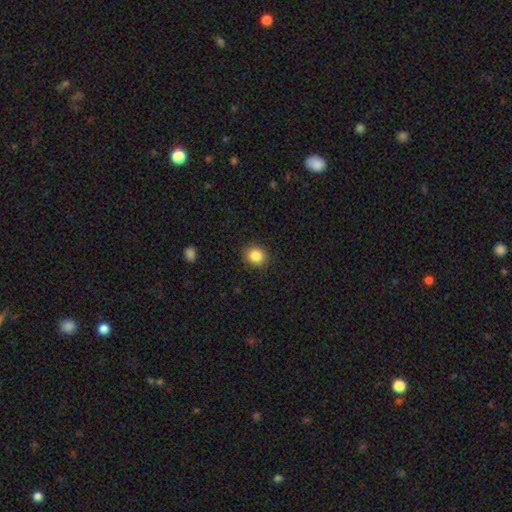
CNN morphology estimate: This appears to be a smooth galaxy with no disk features (86%) that is round (75%). Merging: none (89%).